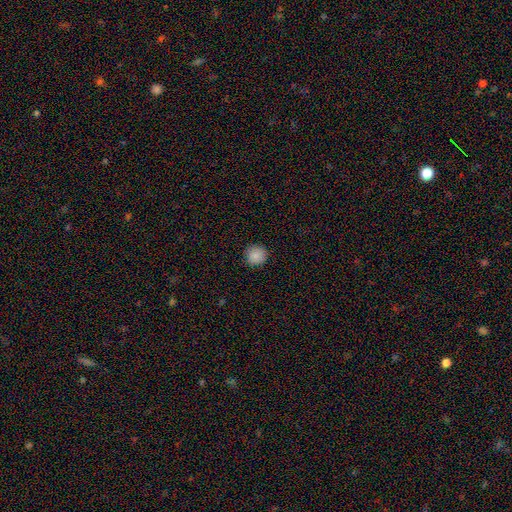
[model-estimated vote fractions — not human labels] Smooth or featured? smooth (87%)
How rounded? round (93%)
Merging? none (90%)